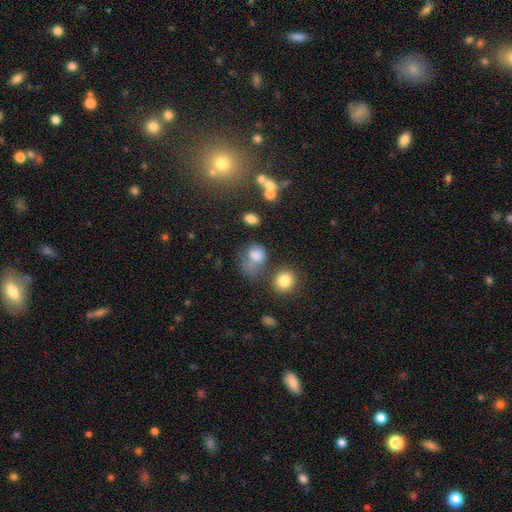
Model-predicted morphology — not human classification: smooth-or-featured: smooth: 73% | star or artifact: 13% | featured or disk: 13%
  how-rounded: in between: 55% | round: 44% | cigar-shaped: 1%
  merging: none: 33% | major disturbance: 27% | minor disturbance: 24% | merger: 16%